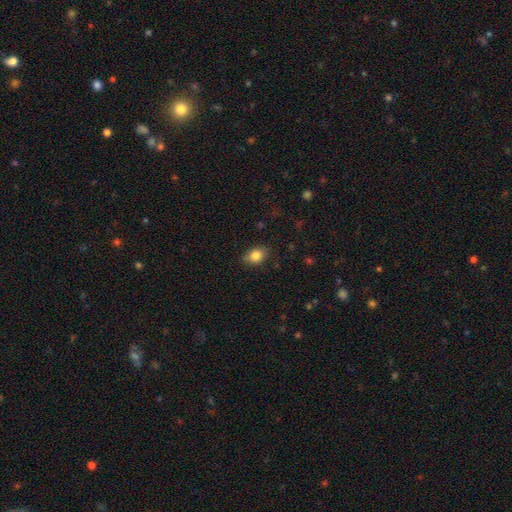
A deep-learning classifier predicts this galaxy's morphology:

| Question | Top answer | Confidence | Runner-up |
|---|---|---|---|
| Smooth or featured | smooth | 83% | star or artifact (9%) |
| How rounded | in between | 72% | round (27%) |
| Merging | none | 81% | minor disturbance (15%) |